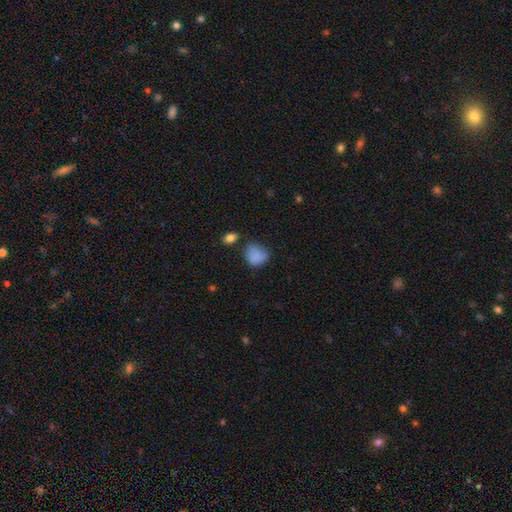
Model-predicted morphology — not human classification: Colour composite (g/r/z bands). It shows a smooth galaxy with no disk features (83%) that is round (62%). Merging: none (52%).